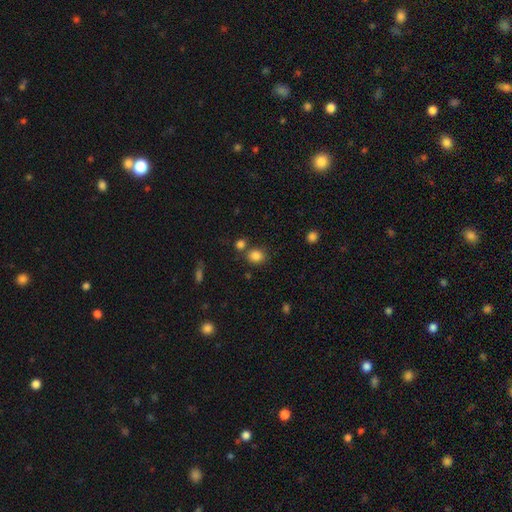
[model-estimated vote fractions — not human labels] Smooth or featured? smooth (84%)
How rounded? round (68%)
Merging? none (69%)